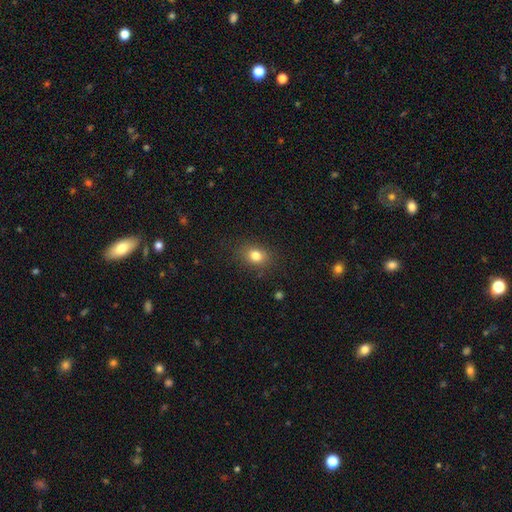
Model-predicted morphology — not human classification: Q: Smooth or featured?
A: smooth (80%); runner-up: star or artifact (12%)
Q: How rounded?
A: in between (50%); runner-up: round (49%)
Q: Merging?
A: none (84%); runner-up: minor disturbance (11%)